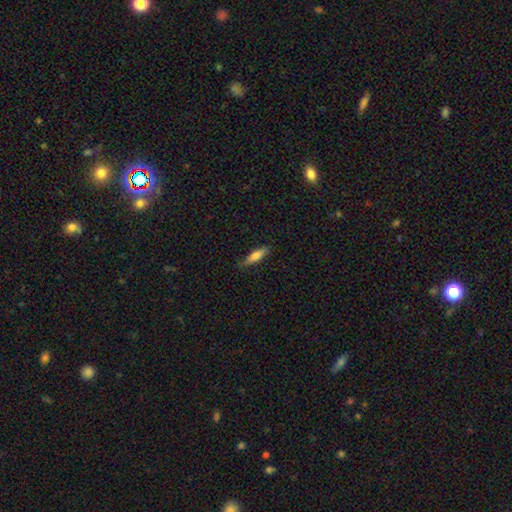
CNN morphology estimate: Q: Smooth or featured?
A: smooth (70%); runner-up: featured or disk (24%)
Q: How rounded?
A: cigar-shaped (66%); runner-up: in between (32%)
Q: Merging?
A: none (80%); runner-up: minor disturbance (16%)